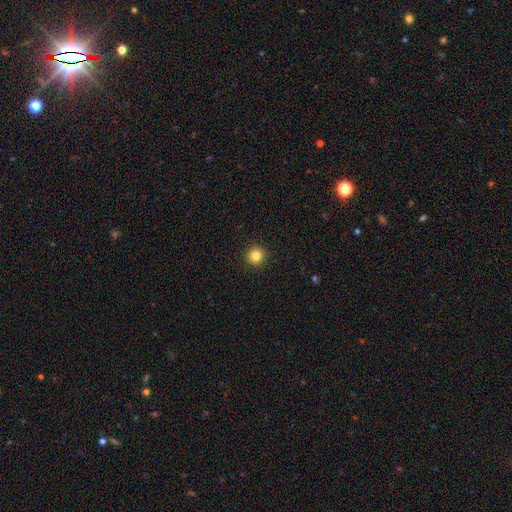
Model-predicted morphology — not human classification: Smooth or featured?
  - smooth: 83% *
  - star or artifact: 12%
  - featured or disk: 5%
How rounded?
  - round: 94% *
  - in between: 5%
  - cigar-shaped: 1%
Merging?
  - none: 94% *
  - minor disturbance: 4%
  - major disturbance: 2%
  - merger: 1%